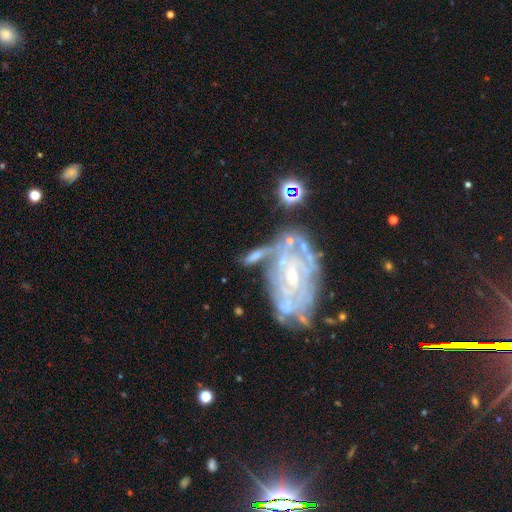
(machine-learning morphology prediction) smooth_or_featured: featured or disk (p=0.65) [alt: smooth p=0.27]
disk_edge_on: no (p=0.90) [alt: yes p=0.10]
bar: no (p=0.50) [alt: weak p=0.32]
has_spiral_arms: yes (p=0.78) [alt: no p=0.22]
bulge_size: small (p=0.63) [alt: moderate p=0.26]
merging: none (p=0.40) [alt: merger p=0.26]